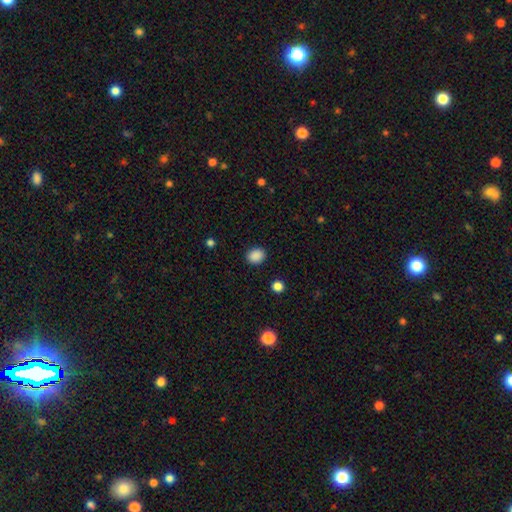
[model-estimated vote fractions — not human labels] A smooth galaxy with no disk features (88%) that is round (56%).

Vote fractions:
- Smooth or featured? smooth: 88% / star or artifact: 9% / featured or disk: 2%
- How rounded? round: 56% / in between: 43% / cigar-shaped: 1%
- Merging? none: 90% / minor disturbance: 7% / major disturbance: 2% / merger: 1%